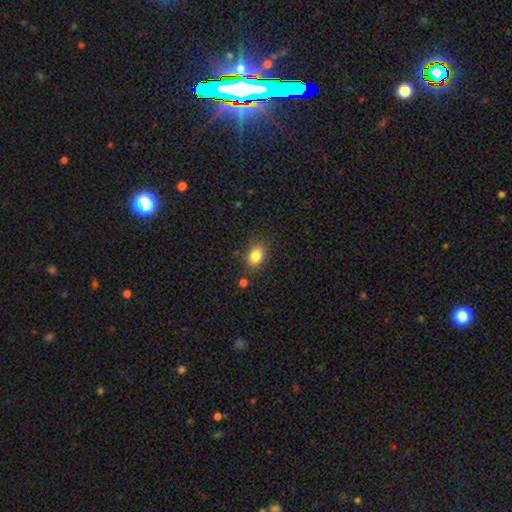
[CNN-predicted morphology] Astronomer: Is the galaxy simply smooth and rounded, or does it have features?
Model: smooth — 83%.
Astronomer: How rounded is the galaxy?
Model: in between — 65%.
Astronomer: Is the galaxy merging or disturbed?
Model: none — 80%.